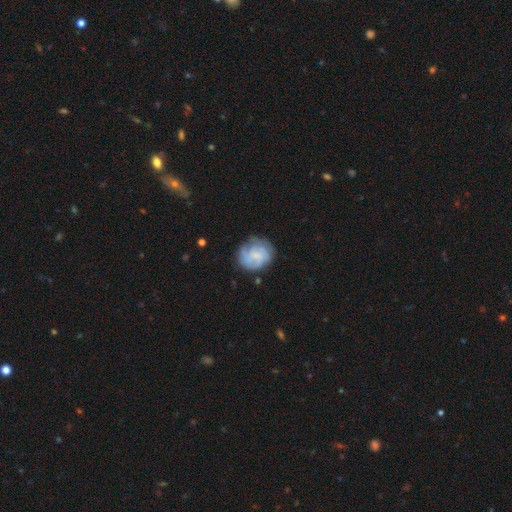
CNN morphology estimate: Smooth or featured? Predicted: featured or disk (p=0.53). Edge-on disk? Predicted: no (p=0.98). Bar? Predicted: no (p=0.63). Spiral arms? Predicted: yes (p=0.72). Bulge size? Predicted: none (p=0.45). Merging? Predicted: none (p=0.68).